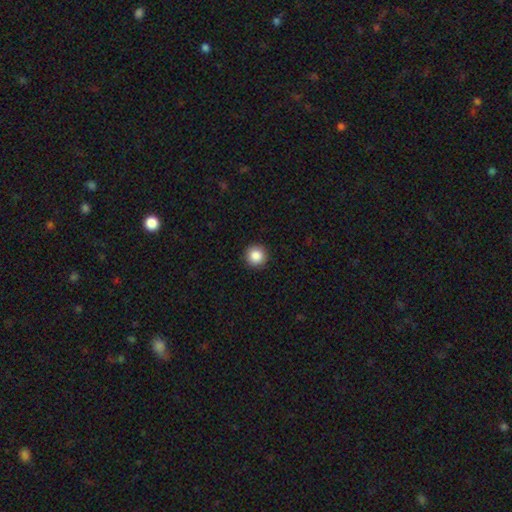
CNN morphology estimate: Smooth or featured: smooth — 87% (star or artifact — 9%)
How rounded: round — 95% (in between — 4%)
Merging: none — 92% (minor disturbance — 5%)